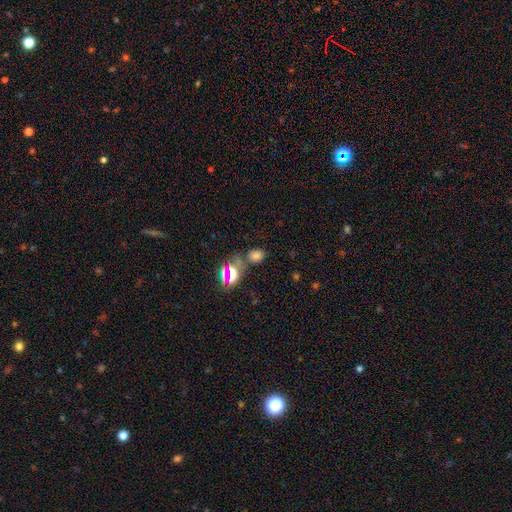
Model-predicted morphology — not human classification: Q: Smooth or featured?
A: smooth (60%); runner-up: star or artifact (33%)
Q: How rounded?
A: in between (68%); runner-up: round (30%)
Q: Merging?
A: none (67%); runner-up: minor disturbance (14%)